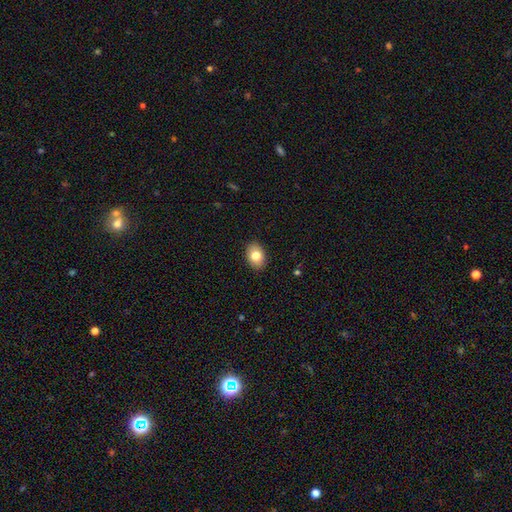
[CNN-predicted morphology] Smooth or featured?
  - smooth: 80% *
  - featured or disk: 11%
  - star or artifact: 8%
How rounded?
  - in between: 78% *
  - round: 21%
  - cigar-shaped: 1%
Merging?
  - none: 89% *
  - minor disturbance: 8%
  - major disturbance: 2%
  - merger: 1%